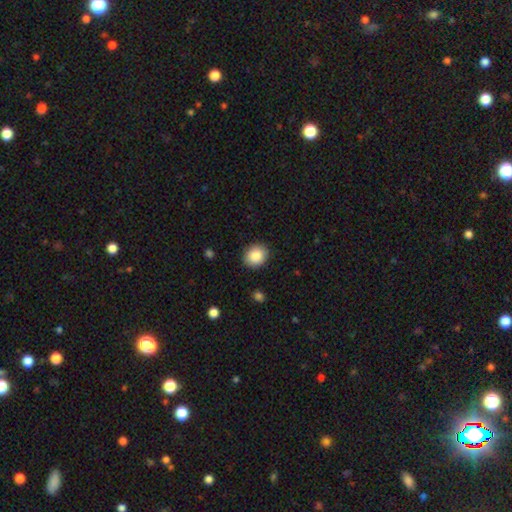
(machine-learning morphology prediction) Smooth or featured? Predicted: smooth (p=0.86). How rounded? Predicted: round (p=0.74). Merging? Predicted: none (p=0.89).